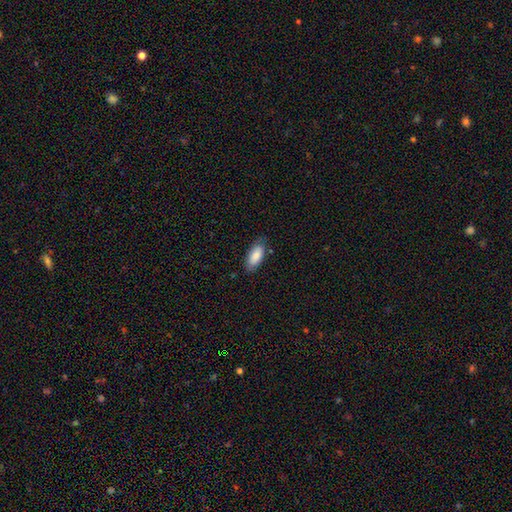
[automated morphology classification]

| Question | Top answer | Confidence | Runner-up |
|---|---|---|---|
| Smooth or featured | smooth | 86% | featured or disk (9%) |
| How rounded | in between | 87% | cigar-shaped (11%) |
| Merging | none | 80% | minor disturbance (16%) |